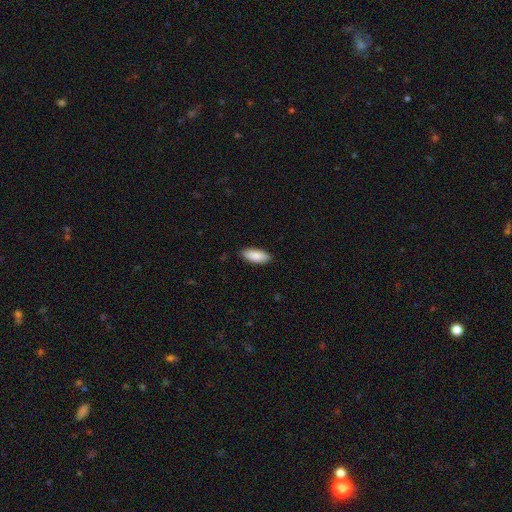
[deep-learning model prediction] Smooth or featured? smooth (89%)
How rounded? in between (84%)
Merging? none (89%)